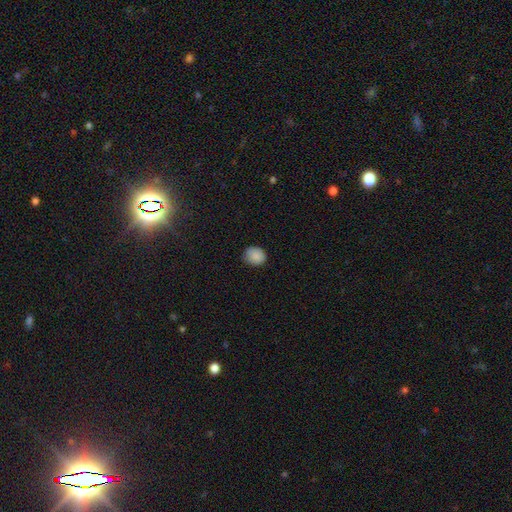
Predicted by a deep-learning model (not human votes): smooth-or-featured: smooth: 88% | star or artifact: 8% | featured or disk: 4%
  how-rounded: round: 71% | in between: 28% | cigar-shaped: 1%
  merging: none: 78% | minor disturbance: 18% | major disturbance: 3% | merger: 1%